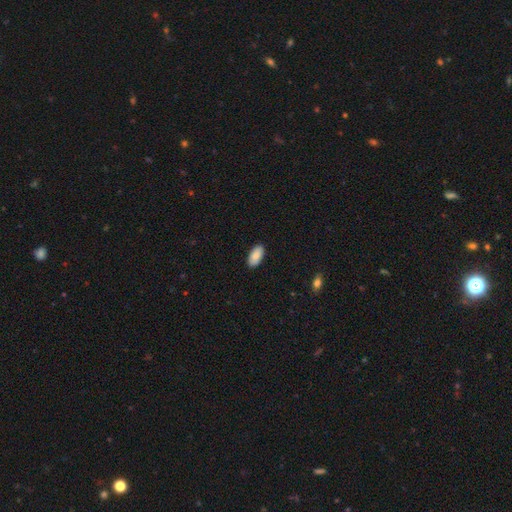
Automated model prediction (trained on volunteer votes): Q: Smooth or featured?
A: smooth (88%); runner-up: star or artifact (6%)
Q: How rounded?
A: in between (94%); runner-up: cigar-shaped (4%)
Q: Merging?
A: none (90%); runner-up: minor disturbance (7%)